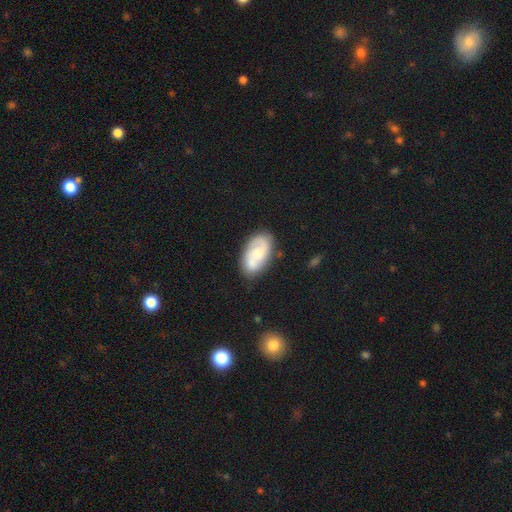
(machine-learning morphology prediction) Smooth or featured?
  - featured or disk: 59% *
  - smooth: 35%
  - star or artifact: 6%
Edge-on disk?
  - no: 96% *
  - yes: 4%
Bar?
  - no: 63% *
  - weak: 31%
  - strong: 6%
Spiral arms?
  - yes: 84% *
  - no: 16%
Bulge size?
  - moderate: 40% *
  - small: 36%
  - none: 12%
  - large: 10%
  - dominant: 2%
Merging?
  - none: 66% *
  - minor disturbance: 19%
  - merger: 8%
  - major disturbance: 7%